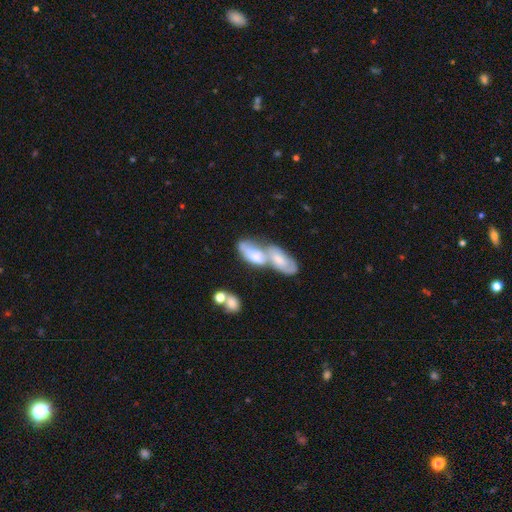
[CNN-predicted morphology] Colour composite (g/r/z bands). It shows a smooth galaxy with no disk features (46%). Merging: merger (76%).